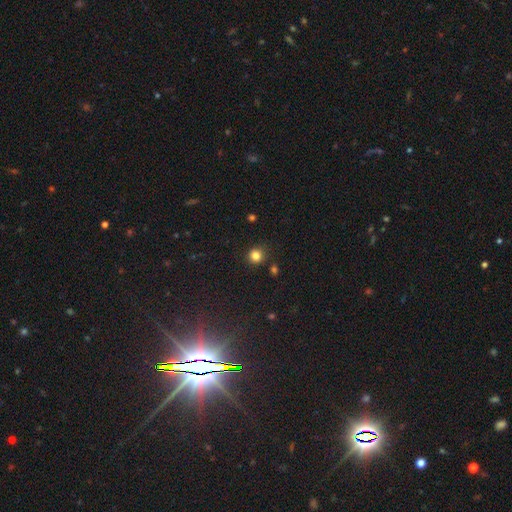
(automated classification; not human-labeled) A smooth galaxy with no disk features (82%) that is round (92%). Merging: none (86%).